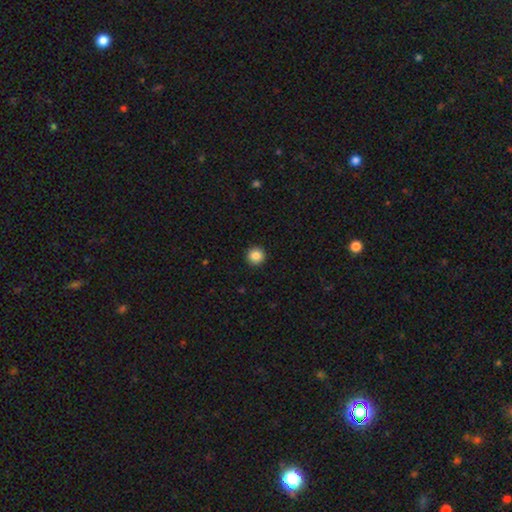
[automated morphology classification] smooth 86%, star or artifact 10%, featured or disk 4%. Down the decision tree: how rounded — round (96%); merging — none (93%).